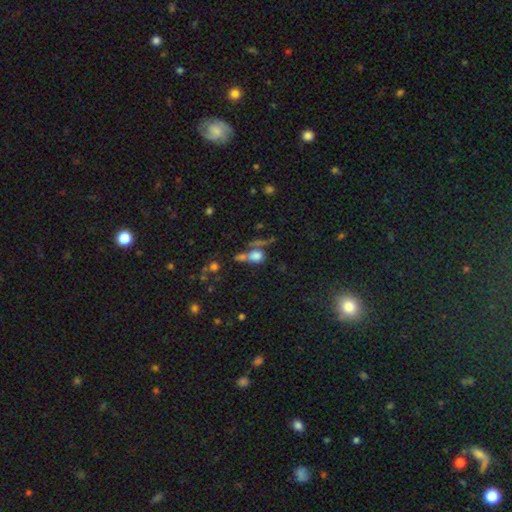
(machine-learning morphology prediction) Smooth or featured?
  - smooth: 65% *
  - star or artifact: 20%
  - featured or disk: 15%
How rounded?
  - round: 57% *
  - in between: 36%
  - cigar-shaped: 7%
Merging?
  - none: 39% *
  - merger: 36%
  - minor disturbance: 12%
  - major disturbance: 12%